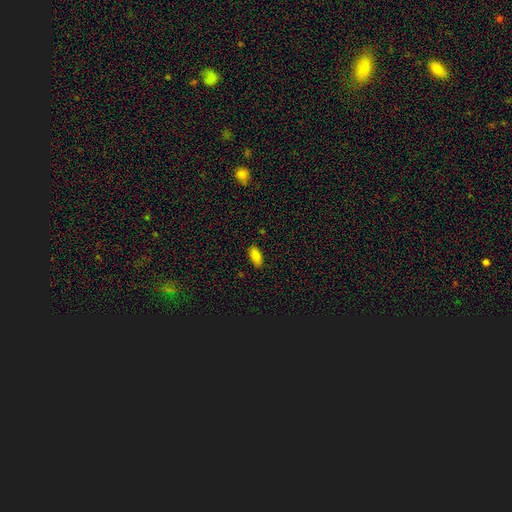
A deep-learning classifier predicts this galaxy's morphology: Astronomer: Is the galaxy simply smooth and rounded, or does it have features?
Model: smooth — 84%.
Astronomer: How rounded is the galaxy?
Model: in between — 88%.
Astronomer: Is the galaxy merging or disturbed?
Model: none — 86%.